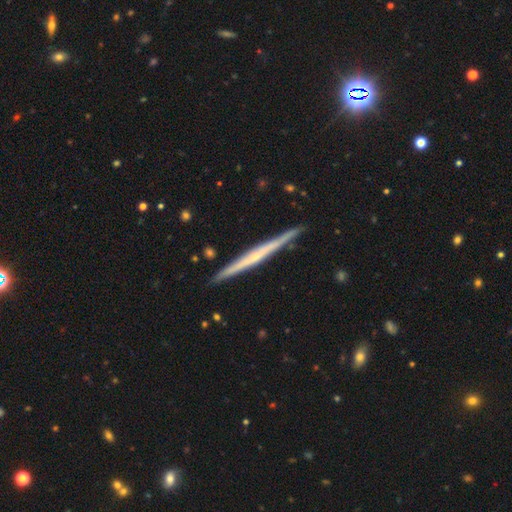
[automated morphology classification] Overall: featured or disk (68%). Edge-on disk: yes (98%). Edge-on bulge: none (63%; rounded 30%). Merging: none (90%).